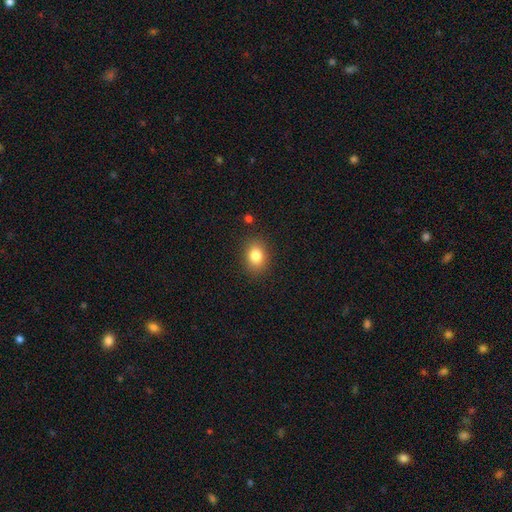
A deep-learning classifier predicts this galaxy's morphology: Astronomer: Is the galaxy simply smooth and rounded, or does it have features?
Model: smooth — 83%.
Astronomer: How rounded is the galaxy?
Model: in between — 58% (runner-up: round, 41%).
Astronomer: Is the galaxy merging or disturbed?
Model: none — 87%.